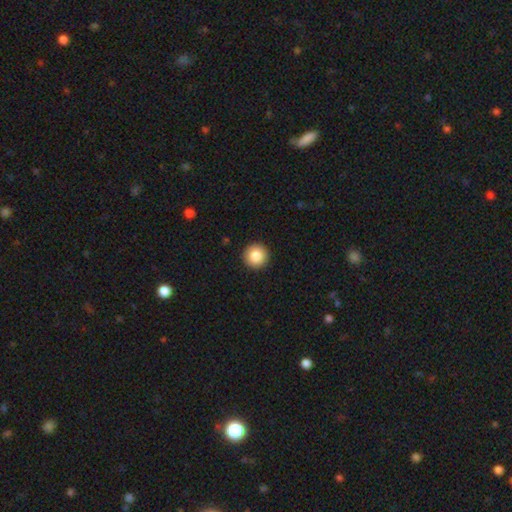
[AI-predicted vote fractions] Smooth or featured? smooth (86%)
How rounded? round (96%)
Merging? none (93%)